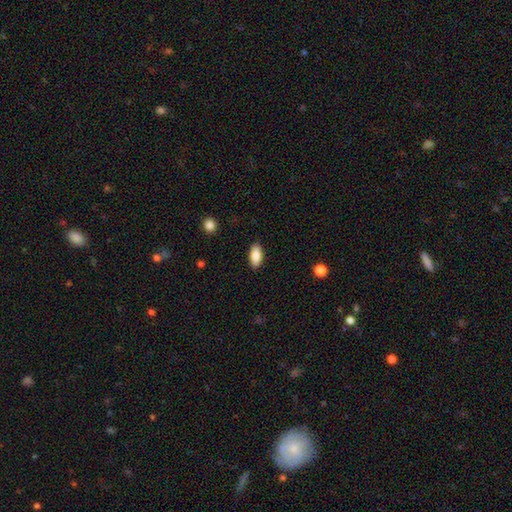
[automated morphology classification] Smooth or featured: smooth — 86% (featured or disk — 7%)
How rounded: in between — 89% (cigar-shaped — 9%)
Merging: none — 88% (minor disturbance — 9%)